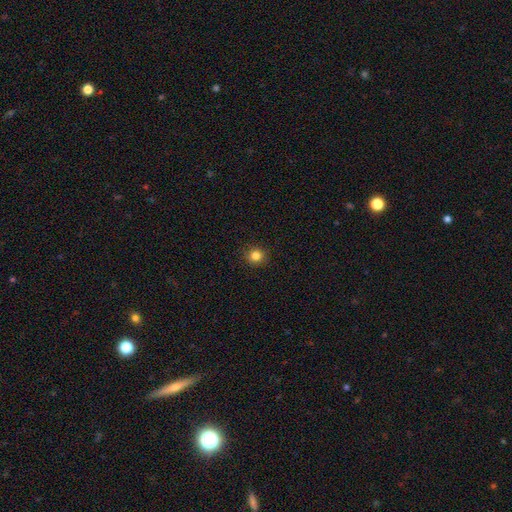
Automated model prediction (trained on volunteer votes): smooth_or_featured: smooth (p=0.83) [alt: star or artifact p=0.12]
how_rounded: round (p=0.90) [alt: in between p=0.09]
merging: none (p=0.91) [alt: minor disturbance p=0.06]